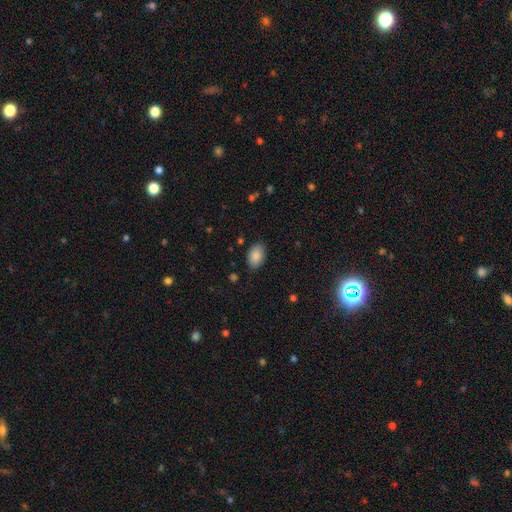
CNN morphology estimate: Smooth or featured? Predicted: smooth (p=0.87). How rounded? Predicted: in between (p=0.90). Merging? Predicted: none (p=0.84).